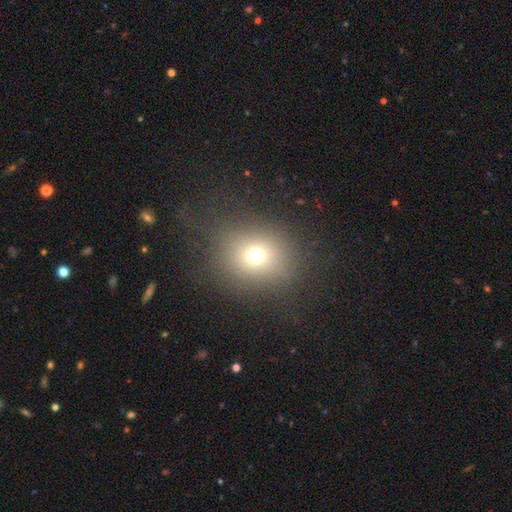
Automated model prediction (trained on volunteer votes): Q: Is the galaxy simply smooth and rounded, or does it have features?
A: smooth — 69%.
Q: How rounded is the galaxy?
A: round — 72%.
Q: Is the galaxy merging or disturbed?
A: none — 77%.